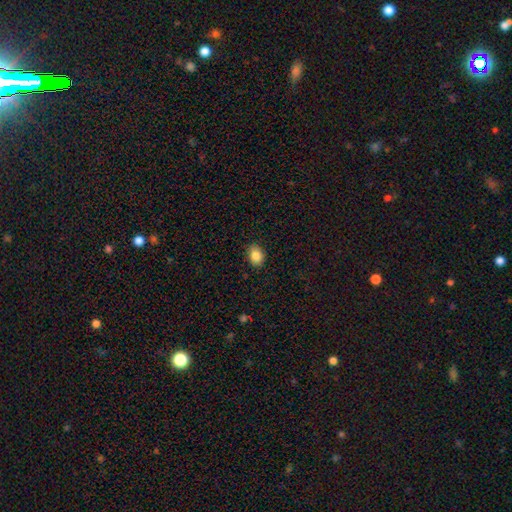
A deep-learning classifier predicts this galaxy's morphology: This is clearly a smooth galaxy (87%). How rounded: likely in between (69%). Merging: clearly none (85%).